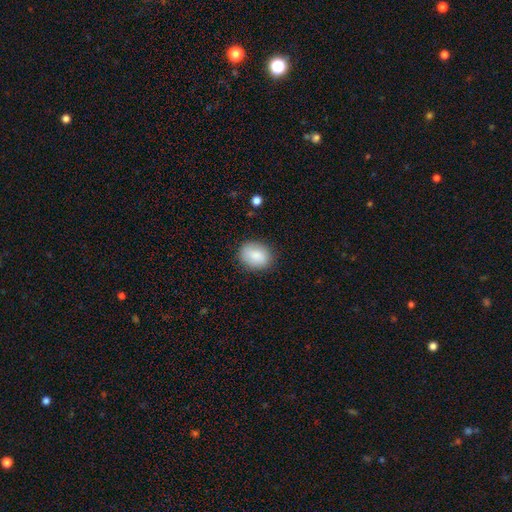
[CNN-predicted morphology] This is clearly a smooth galaxy (86%). How rounded: possibly in between (56%). Merging: clearly none (84%).